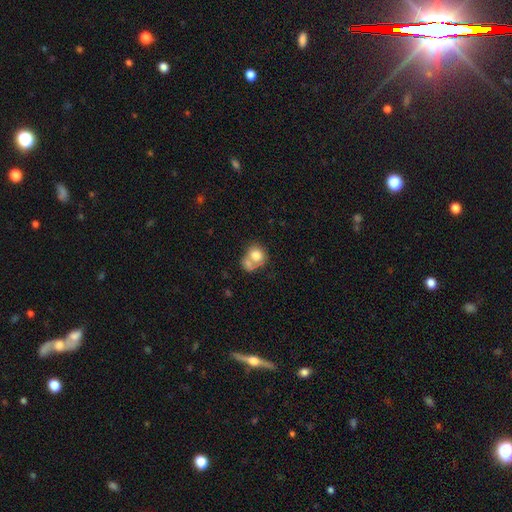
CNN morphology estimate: smooth 72%, featured or disk 20%, star or artifact 9%. Down the decision tree: how rounded — round (69%); merging — merger (55%).